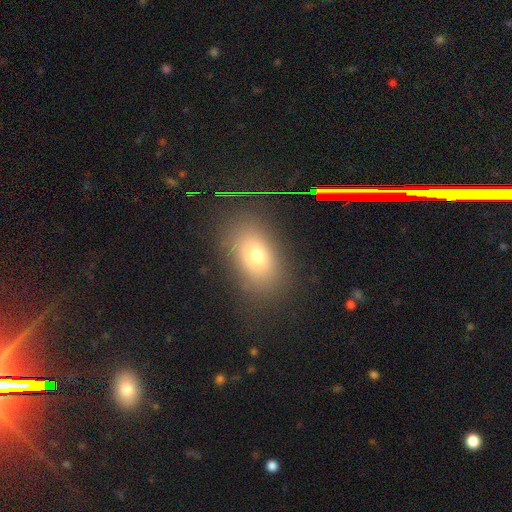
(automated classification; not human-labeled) Smooth or featured?
  - smooth: 69% *
  - star or artifact: 17%
  - featured or disk: 14%
How rounded?
  - in between: 79% *
  - round: 18%
  - cigar-shaped: 3%
Merging?
  - none: 81% *
  - minor disturbance: 11%
  - major disturbance: 6%
  - merger: 2%